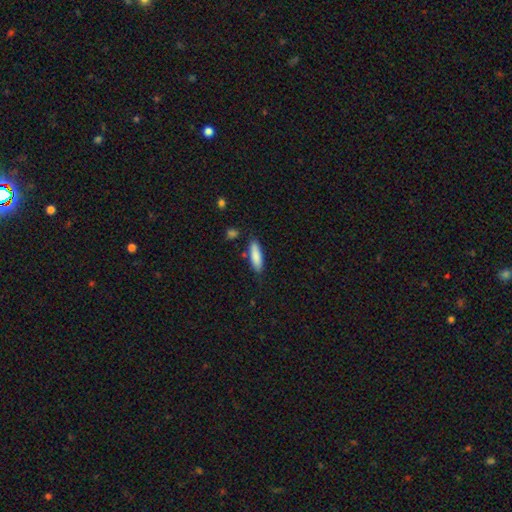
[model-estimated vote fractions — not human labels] Smooth or featured?
  - smooth: 86% *
  - featured or disk: 8%
  - star or artifact: 6%
How rounded?
  - cigar-shaped: 54% *
  - in between: 45%
  - round: 2%
Merging?
  - none: 80% *
  - minor disturbance: 13%
  - merger: 4%
  - major disturbance: 3%